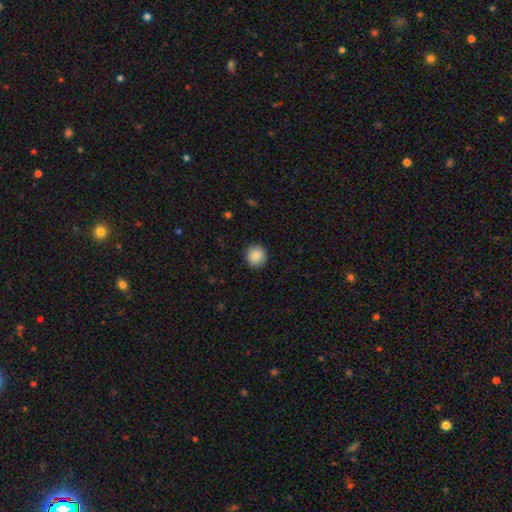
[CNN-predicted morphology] type=smooth (88%); roundness=round (92%); merging=none (91%).